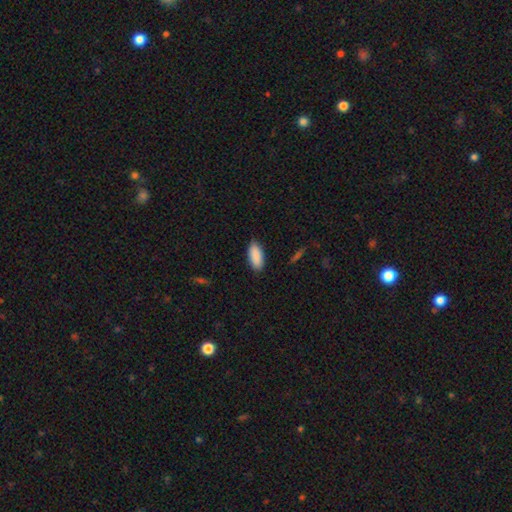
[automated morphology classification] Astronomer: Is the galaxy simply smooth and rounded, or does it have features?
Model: smooth — 91%.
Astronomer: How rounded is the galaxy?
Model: in between — 86%.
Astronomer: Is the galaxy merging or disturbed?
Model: none — 87%.